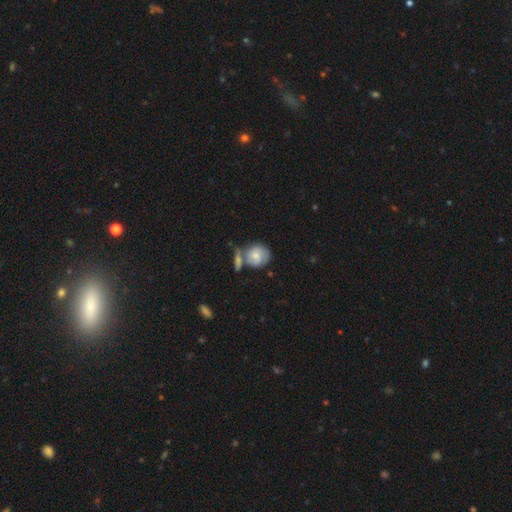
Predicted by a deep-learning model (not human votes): Smooth or featured?
  - smooth: 61% *
  - featured or disk: 32%
  - star or artifact: 7%
How rounded?
  - round: 78% *
  - in between: 20%
  - cigar-shaped: 1%
Merging?
  - none: 44% *
  - merger: 32%
  - minor disturbance: 17%
  - major disturbance: 7%